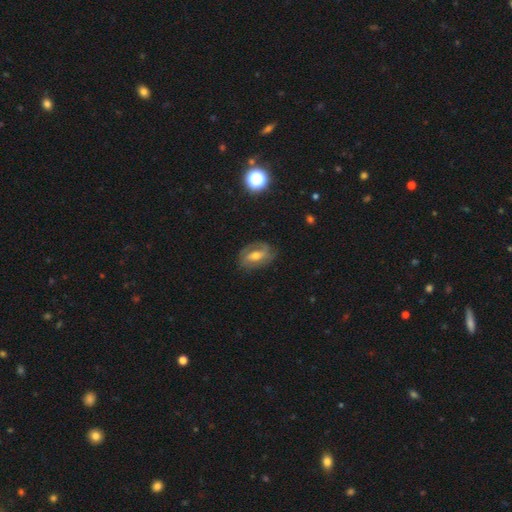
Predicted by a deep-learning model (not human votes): A featured or disk galaxy (64%) with a weak bar (41%), spiral arms (76%) and a moderate central bulge (69%). Merging: none (72%).